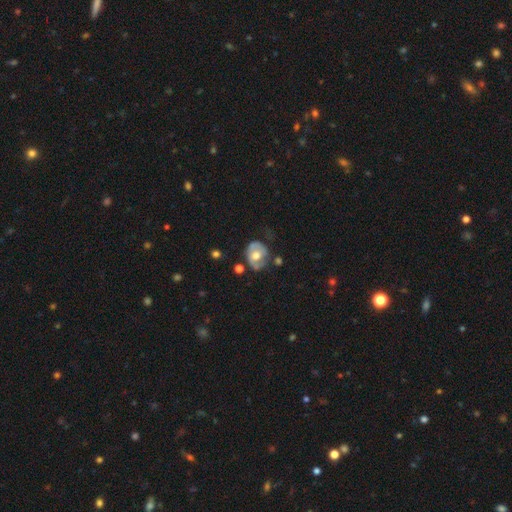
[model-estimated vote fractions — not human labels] Overall: featured or disk (52%; smooth 41%). Edge-on disk: no (96%). Merging: none (49%; minor disturbance 28%).